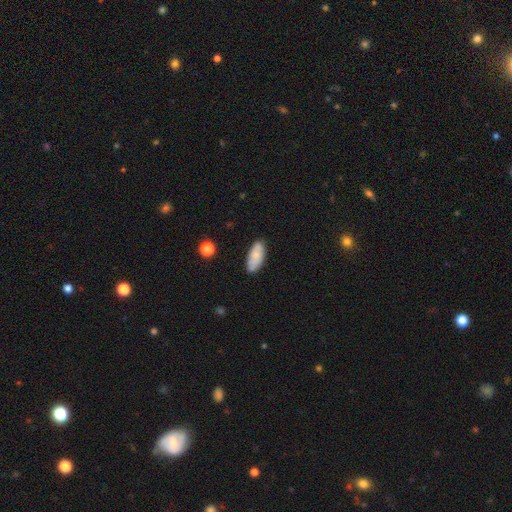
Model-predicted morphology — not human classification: Smooth or featured? smooth (73%)
How rounded? in between (87%)
Merging? none (78%)